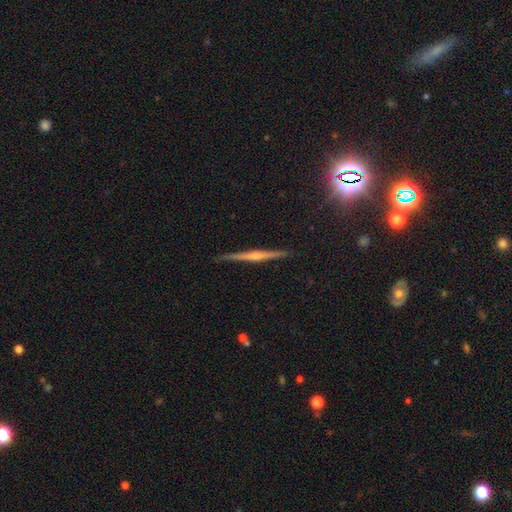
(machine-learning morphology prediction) This is likely a featured or disk galaxy (77%). It is clearly viewed edge-on (98%). Edge-on bulge: likely rounded (74%). Merging: clearly none (91%).